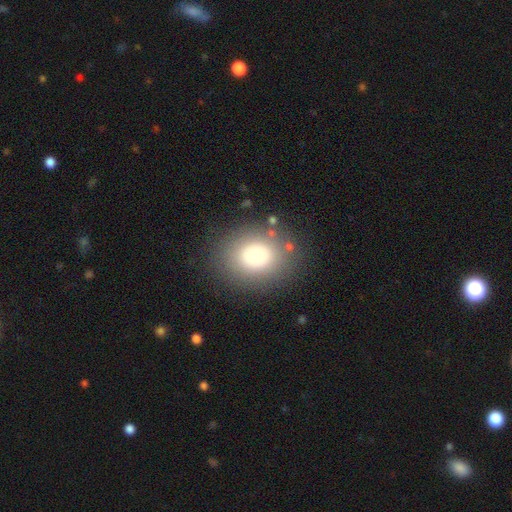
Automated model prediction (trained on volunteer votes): This appears to be a smooth galaxy with no disk features (69%) that is round (63%). Merging: none (80%).